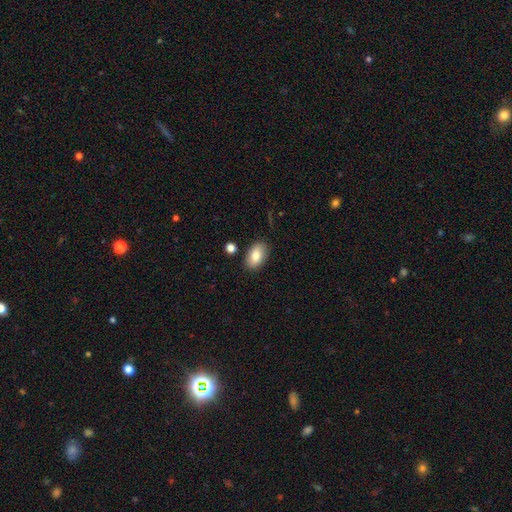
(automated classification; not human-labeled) Smooth or featured? smooth (81%)
How rounded? in between (92%)
Merging? none (84%)